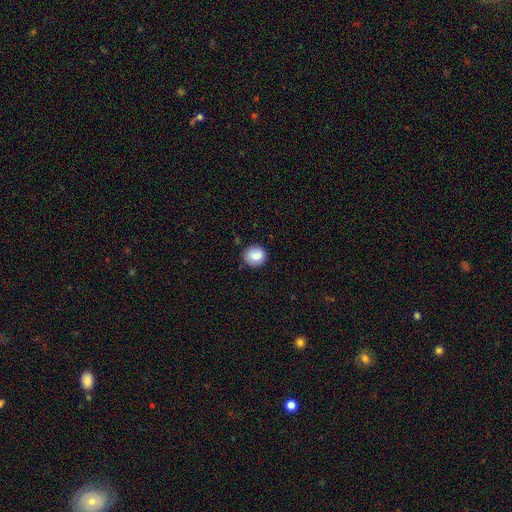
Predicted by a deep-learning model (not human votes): A smooth galaxy with no disk features (85%) that is round (83%).

Vote fractions:
- Smooth or featured? smooth: 85% / star or artifact: 8% / featured or disk: 7%
- How rounded? round: 83% / in between: 16% / cigar-shaped: 1%
- Merging? none: 85% / minor disturbance: 11% / major disturbance: 2% / merger: 2%